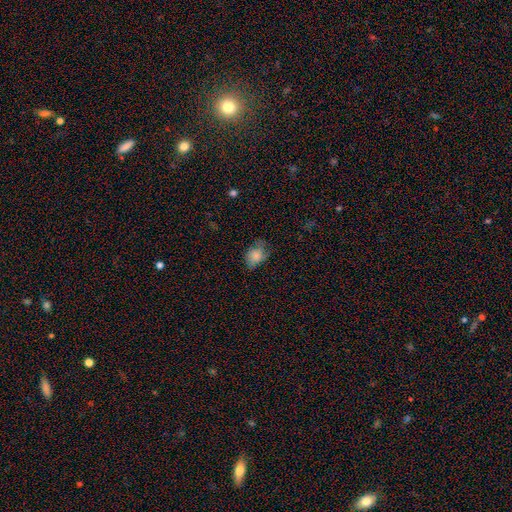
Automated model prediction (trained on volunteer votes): smooth-or-featured: smooth: 78% | featured or disk: 13% | star or artifact: 9%
  how-rounded: in between: 76% | round: 22% | cigar-shaped: 1%
  merging: none: 52% | minor disturbance: 32% | major disturbance: 14% | merger: 2%